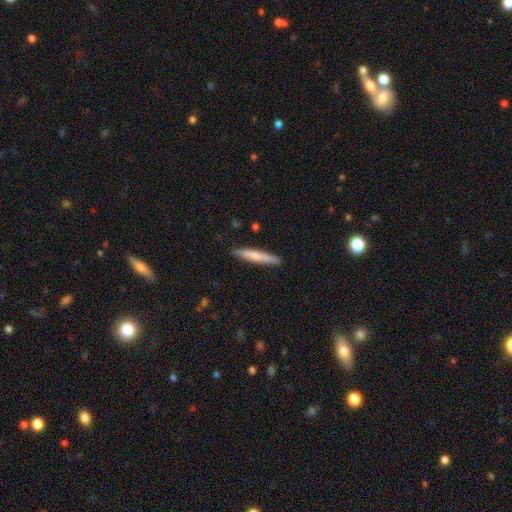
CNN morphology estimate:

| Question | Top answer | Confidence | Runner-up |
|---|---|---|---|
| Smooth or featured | smooth | 69% | featured or disk (25%) |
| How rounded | cigar-shaped | 93% | in between (5%) |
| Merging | none | 89% | minor disturbance (9%) |